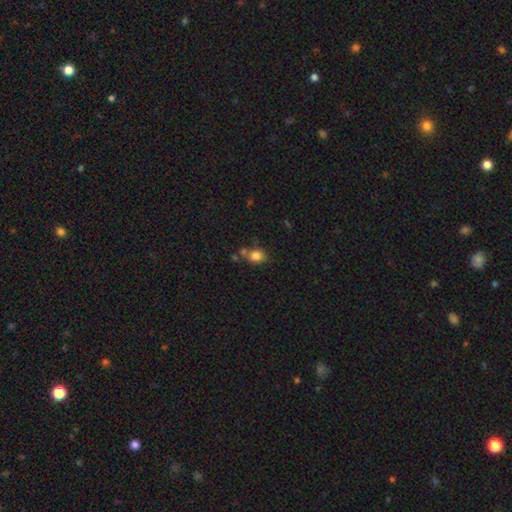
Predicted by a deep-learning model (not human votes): Smooth or featured?
  - smooth: 82% *
  - star or artifact: 11%
  - featured or disk: 7%
How rounded?
  - round: 61% *
  - in between: 38%
  - cigar-shaped: 1%
Merging?
  - none: 60% *
  - merger: 20%
  - minor disturbance: 15%
  - major disturbance: 5%